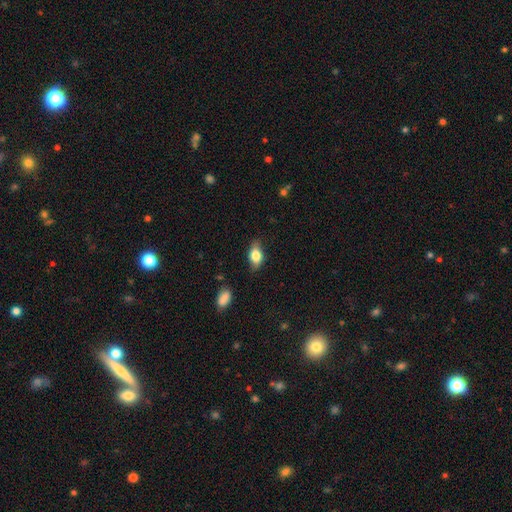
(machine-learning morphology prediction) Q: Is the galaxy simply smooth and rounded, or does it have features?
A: smooth — 69%.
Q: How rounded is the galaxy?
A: in between — 82%.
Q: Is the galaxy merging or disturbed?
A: none — 74%.